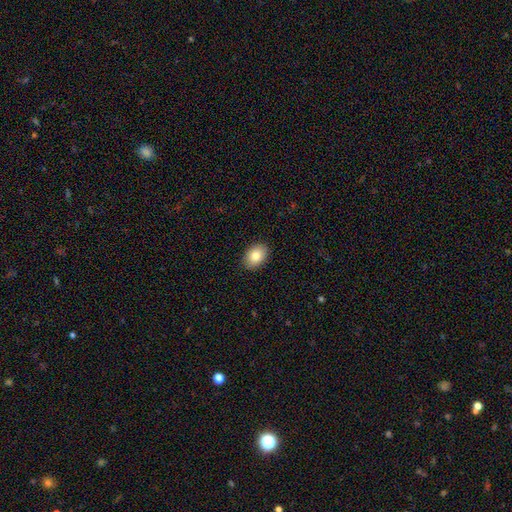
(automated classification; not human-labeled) smooth_or_featured: smooth (p=0.84) [alt: featured or disk p=0.09]
how_rounded: in between (p=0.83) [alt: round p=0.16]
merging: none (p=0.90) [alt: minor disturbance p=0.08]